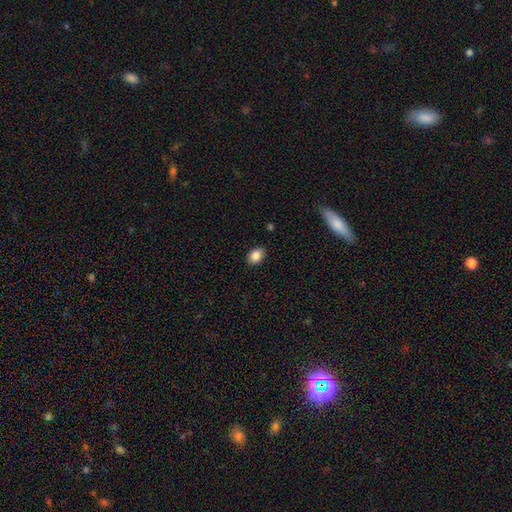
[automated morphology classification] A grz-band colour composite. It shows a smooth galaxy with no disk features (85%) that is in between round and cigar-shaped (69%). Merging: none (89%).